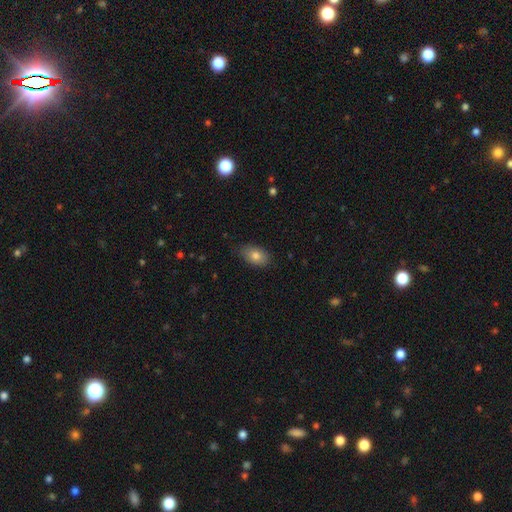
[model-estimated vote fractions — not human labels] Q: Smooth or featured?
A: smooth (81%); runner-up: featured or disk (11%)
Q: How rounded?
A: in between (88%); runner-up: round (10%)
Q: Merging?
A: none (81%); runner-up: minor disturbance (16%)